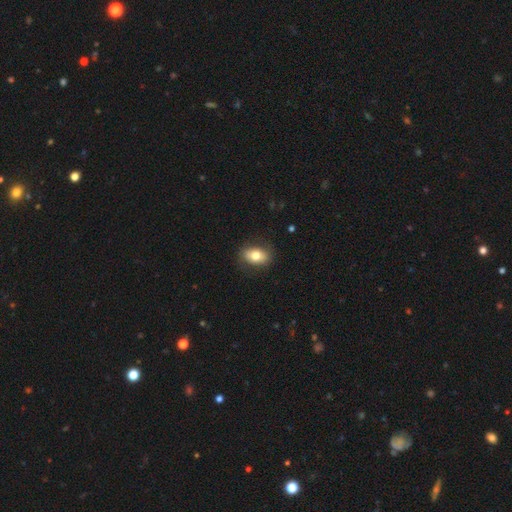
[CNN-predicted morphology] smooth 75%, featured or disk 18%, star or artifact 7%. Down the decision tree: how rounded — in between (83%); merging — none (83%).